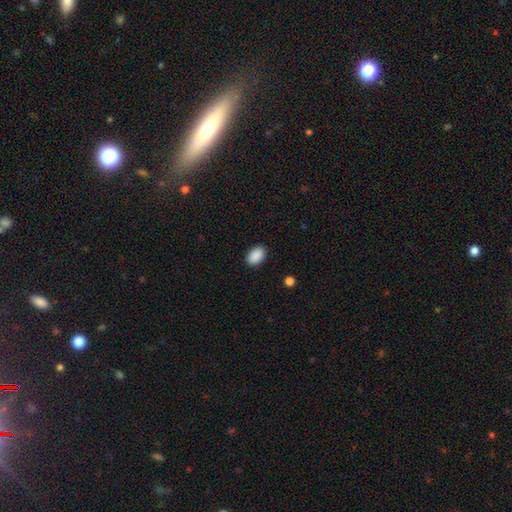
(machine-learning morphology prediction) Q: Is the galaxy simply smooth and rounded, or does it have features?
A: smooth — 90%.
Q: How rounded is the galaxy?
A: in between — 91%.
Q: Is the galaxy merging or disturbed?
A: none — 89%.